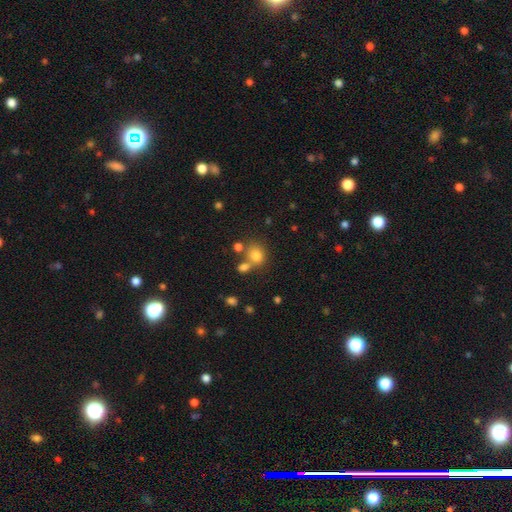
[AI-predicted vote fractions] Morphology: type=smooth (78%); roundness=round (60%); merging=none (53%).